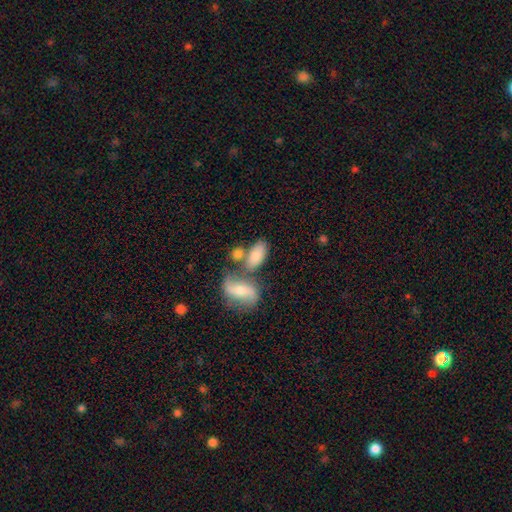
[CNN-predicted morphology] Q: Smooth or featured?
A: smooth (76%); runner-up: featured or disk (18%)
Q: How rounded?
A: in between (89%); runner-up: cigar-shaped (6%)
Q: Merging?
A: none (42%); runner-up: merger (37%)